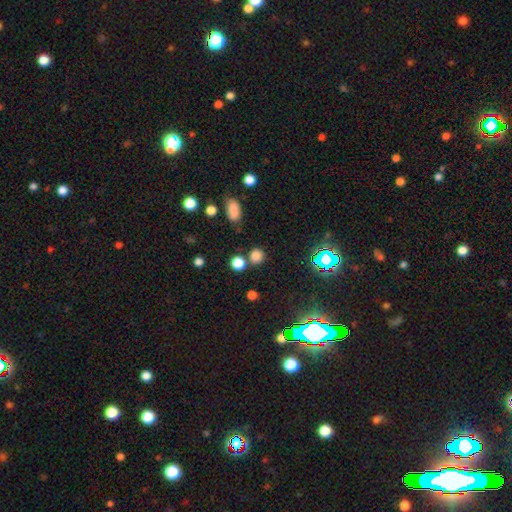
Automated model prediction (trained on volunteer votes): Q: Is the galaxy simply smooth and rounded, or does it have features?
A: smooth — 76%.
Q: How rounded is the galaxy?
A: round — 84%.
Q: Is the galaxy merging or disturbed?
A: none — 76%.